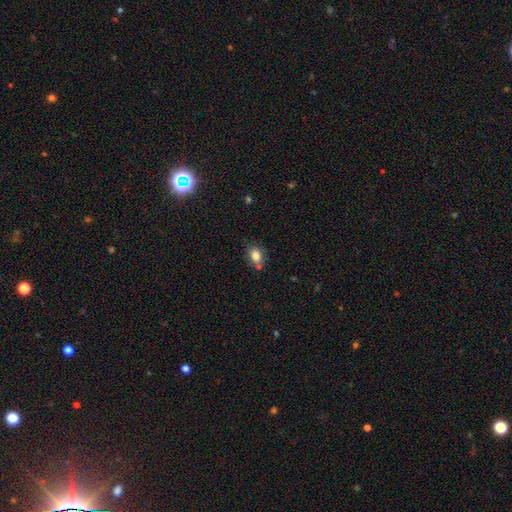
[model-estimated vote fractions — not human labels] The model was most divided on "how rounded": in between: 73%, round: 25%, cigar-shaped: 2%. More confident: smooth or featured — smooth (82%); merging — none (69%).